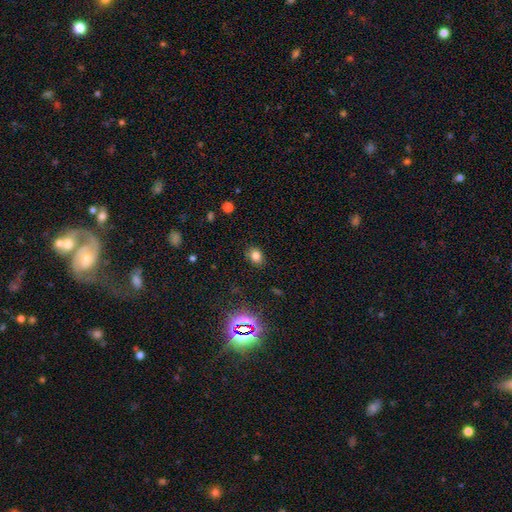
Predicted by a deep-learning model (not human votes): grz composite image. It shows a smooth galaxy with no disk features (76%) that is in between round and cigar-shaped (53%). Merging: none (84%).